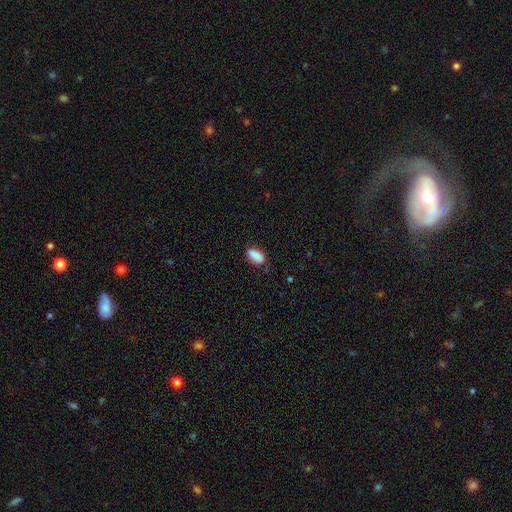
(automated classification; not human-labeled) Smooth or featured: smooth — 87% (star or artifact — 8%)
How rounded: in between — 85% (cigar-shaped — 10%)
Merging: none — 82% (minor disturbance — 13%)